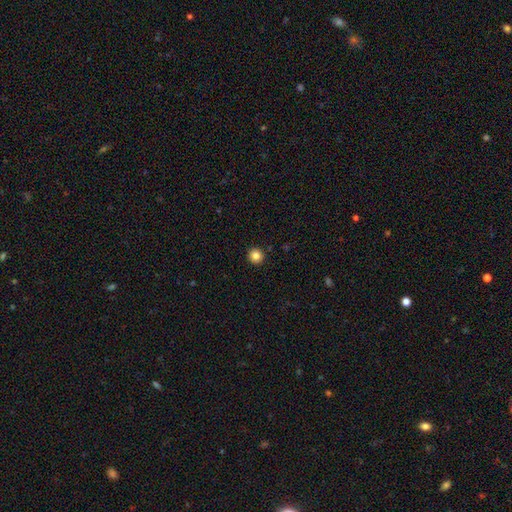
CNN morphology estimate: Smooth or featured? smooth (84%)
How rounded? round (96%)
Merging? none (93%)